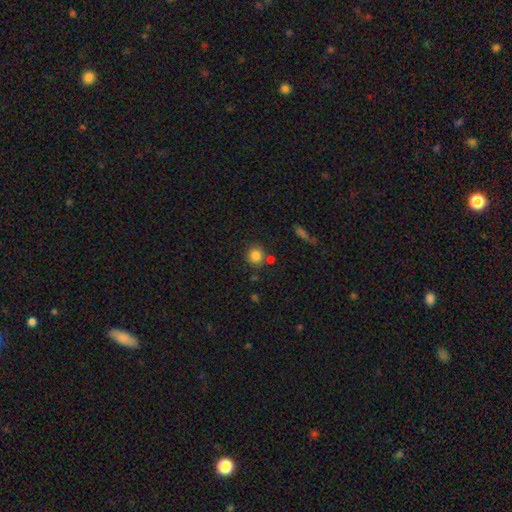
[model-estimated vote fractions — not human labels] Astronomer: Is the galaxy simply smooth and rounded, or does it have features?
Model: smooth — 83%.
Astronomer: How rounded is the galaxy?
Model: round — 86%.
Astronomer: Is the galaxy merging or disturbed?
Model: none — 75%.